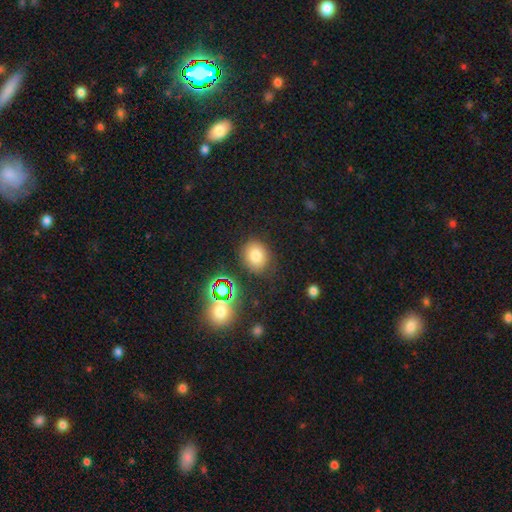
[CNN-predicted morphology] A smooth galaxy with no disk features (75%) that is round (62%). Merging: none (82%).